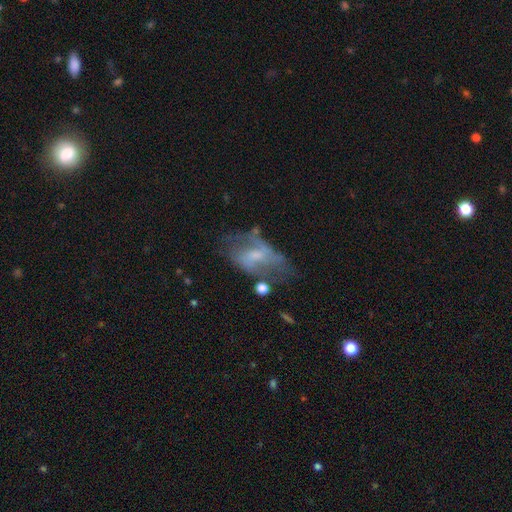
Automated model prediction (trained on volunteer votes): Smooth or featured?
  - featured or disk: 62% *
  - smooth: 29%
  - star or artifact: 9%
Edge-on disk?
  - no: 95% *
  - yes: 5%
Bar?
  - no: 47% *
  - weak: 42%
  - strong: 10%
Spiral arms?
  - yes: 55% *
  - no: 45%
Bulge size?
  - small: 42% *
  - moderate: 31%
  - none: 22%
  - large: 4%
  - dominant: 1%
Merging?
  - none: 38% *
  - major disturbance: 29%
  - minor disturbance: 24%
  - merger: 8%